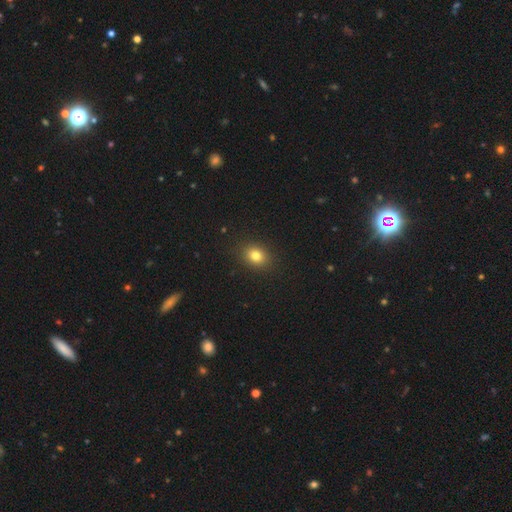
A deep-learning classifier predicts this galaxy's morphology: Smooth or featured: smooth — 80% (star or artifact — 12%)
How rounded: round — 50% (in between — 49%)
Merging: none — 89% (minor disturbance — 8%)